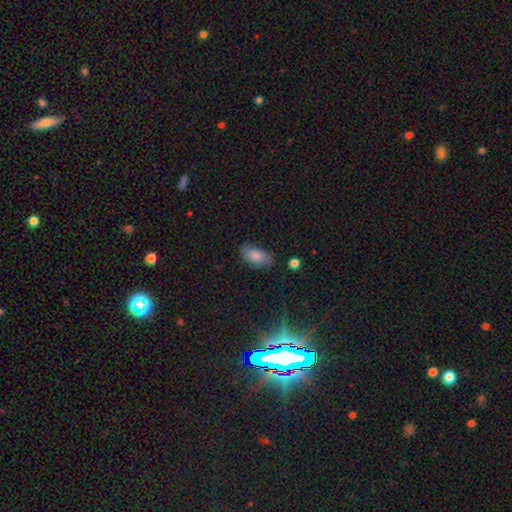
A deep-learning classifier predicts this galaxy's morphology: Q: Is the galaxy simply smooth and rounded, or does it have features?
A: smooth — 81%.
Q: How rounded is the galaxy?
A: in between — 93%.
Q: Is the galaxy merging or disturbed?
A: none — 76%.